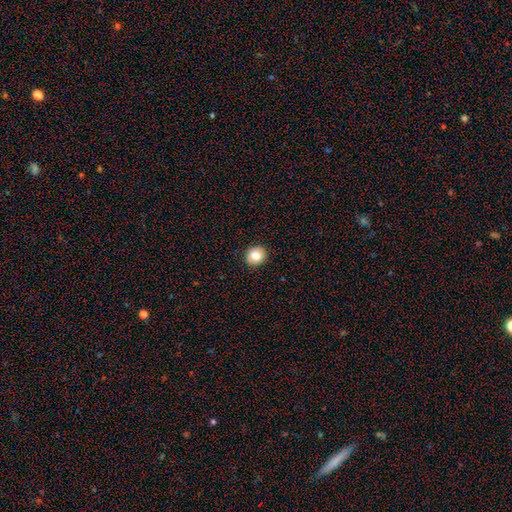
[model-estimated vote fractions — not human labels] smooth_or_featured: smooth (p=0.79) [alt: featured or disk p=0.11]
how_rounded: round (p=0.85) [alt: in between p=0.14]
merging: none (p=0.92) [alt: minor disturbance p=0.05]